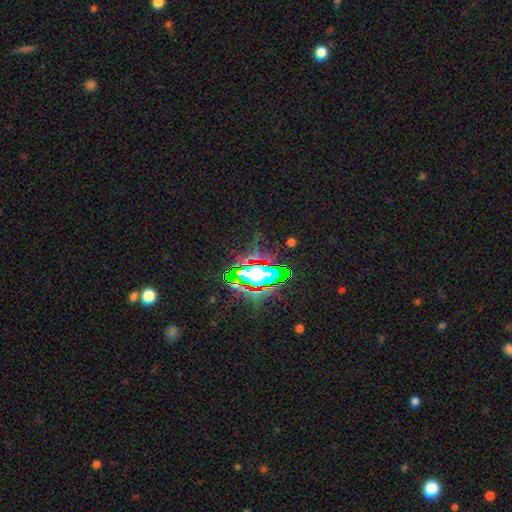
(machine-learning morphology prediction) Smooth or featured: star or artifact — 74% (smooth — 14%)